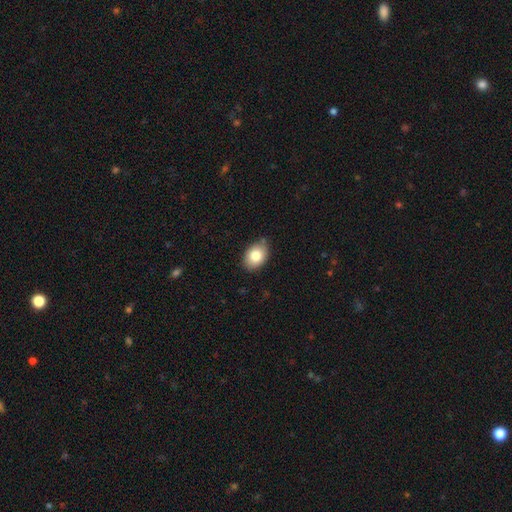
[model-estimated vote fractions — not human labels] smooth 81%, featured or disk 11%, star or artifact 8%. Down the decision tree: how rounded — in between (79%); merging — none (83%).